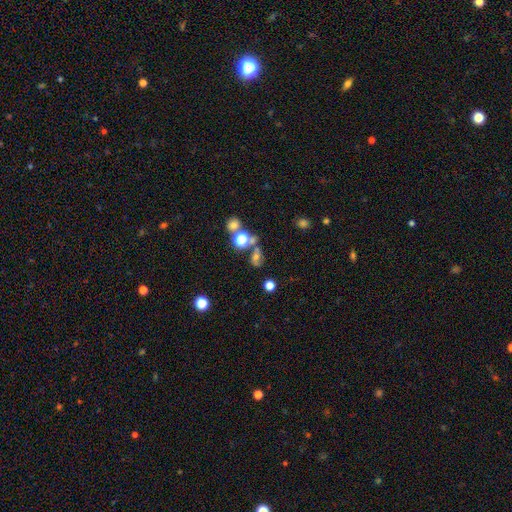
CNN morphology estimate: This appears to be a star or artifact, not a galaxy (42%).